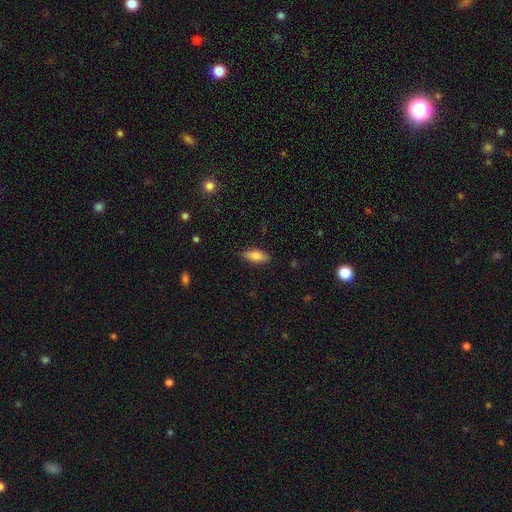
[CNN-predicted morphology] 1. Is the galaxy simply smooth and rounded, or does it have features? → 82% smooth, 12% featured or disk, 7% star or artifact.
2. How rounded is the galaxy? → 79% in between, 18% cigar-shaped, 2% round.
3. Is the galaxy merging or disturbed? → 86% none, 11% minor disturbance, 2% major disturbance, 1% merger.